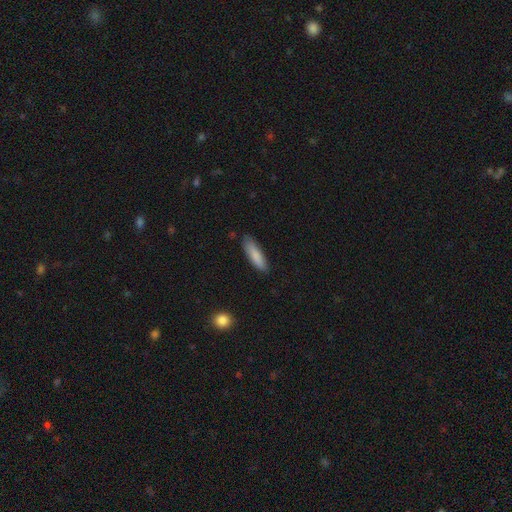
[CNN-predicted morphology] Overall: smooth (86%). How rounded: cigar-shaped (62%; in between 37%). Merging: none (83%).